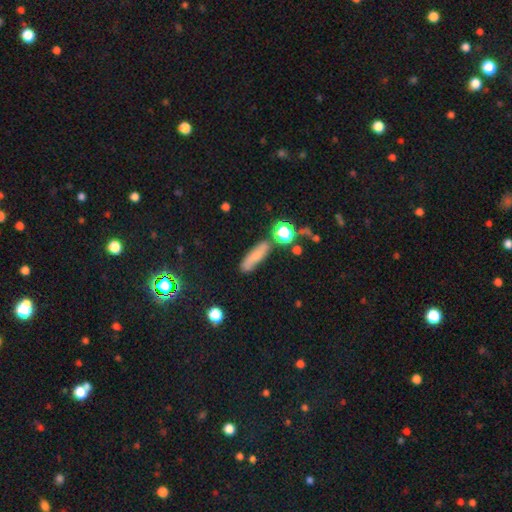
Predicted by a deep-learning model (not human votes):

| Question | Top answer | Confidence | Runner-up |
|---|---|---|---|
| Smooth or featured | smooth | 70% | featured or disk (17%) |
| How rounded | cigar-shaped | 61% | in between (32%) |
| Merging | none | 71% | minor disturbance (17%) |